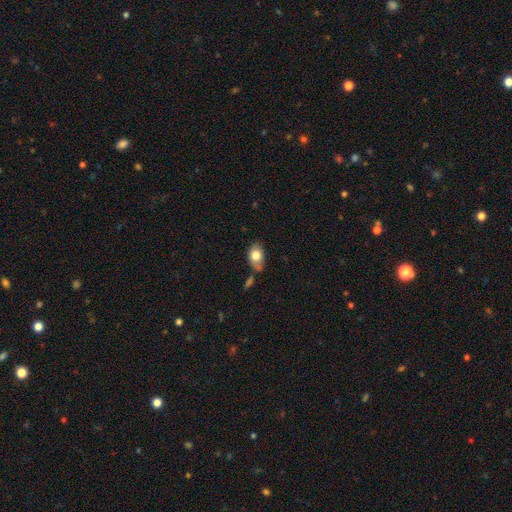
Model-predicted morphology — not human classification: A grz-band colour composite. It shows a smooth galaxy with no disk features (78%) that is in between round and cigar-shaped (79%). Merging: none (50%).